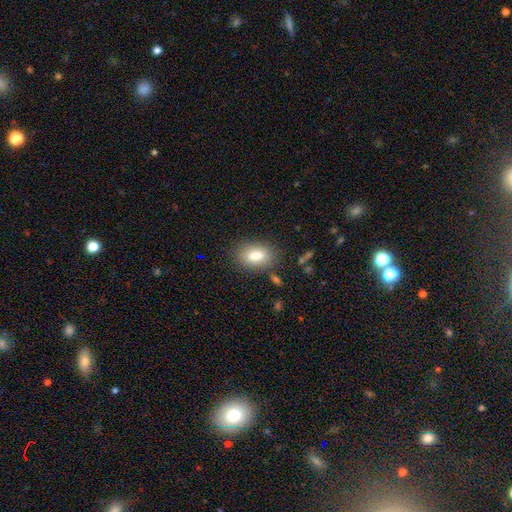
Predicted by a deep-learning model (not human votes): Smooth or featured? smooth (81%)
How rounded? in between (87%)
Merging? none (80%)